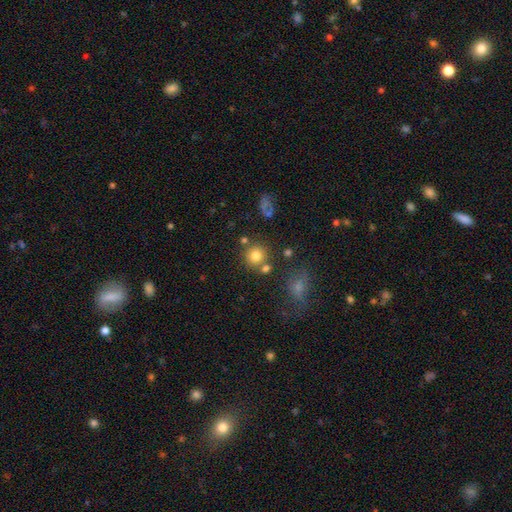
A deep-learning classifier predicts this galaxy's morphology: Smooth or featured?
  - smooth: 78% *
  - star or artifact: 14%
  - featured or disk: 8%
How rounded?
  - round: 90% *
  - in between: 9%
  - cigar-shaped: 1%
Merging?
  - none: 72% *
  - merger: 14%
  - minor disturbance: 10%
  - major disturbance: 4%